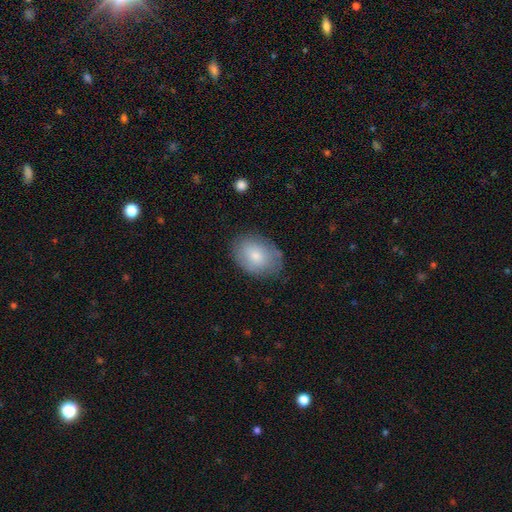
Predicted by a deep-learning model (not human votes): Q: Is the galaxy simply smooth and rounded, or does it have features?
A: smooth — 74%.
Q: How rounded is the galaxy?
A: in between — 78%.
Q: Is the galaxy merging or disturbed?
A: none — 76%.